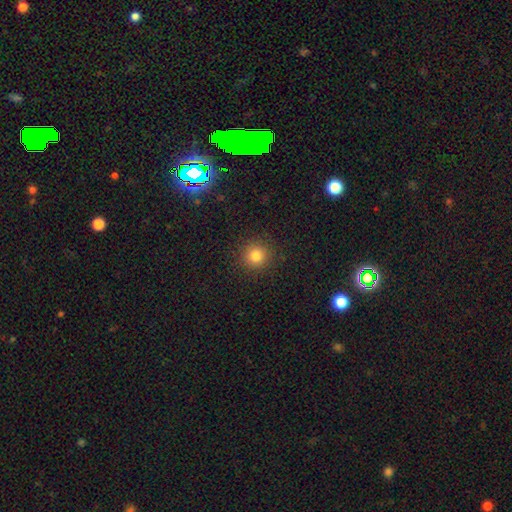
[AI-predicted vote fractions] The model was most divided on "smooth or featured": smooth: 81%, star or artifact: 13%, featured or disk: 6%. More confident: how rounded — round (94%); merging — none (91%).